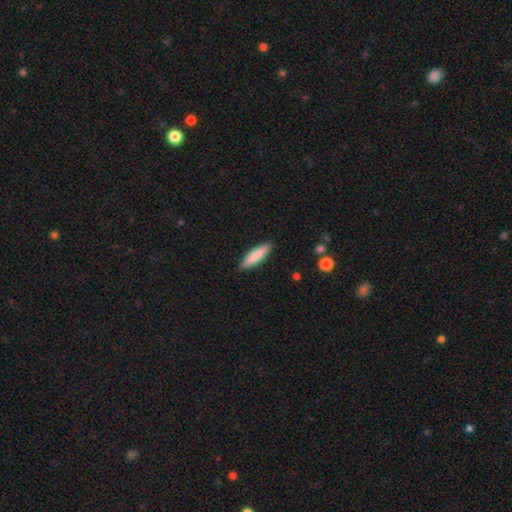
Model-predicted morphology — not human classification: smooth 85%, featured or disk 10%, star or artifact 5%. Down the decision tree: how rounded — cigar-shaped (70%); merging — none (89%).